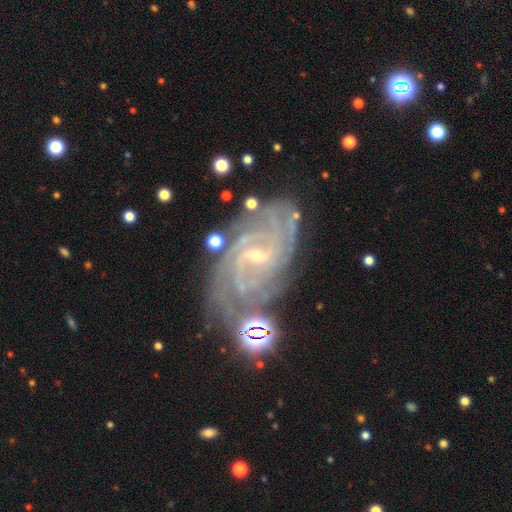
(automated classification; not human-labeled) Smooth or featured? featured or disk (87%)
Edge-on disk? no (97%)
Bar? weak (54%)
Spiral arms? yes (97%)
Spiral winding? tight (66%)
Spiral arm count? can't tell (28%)
Bulge size? small (70%)
Merging? none (69%)